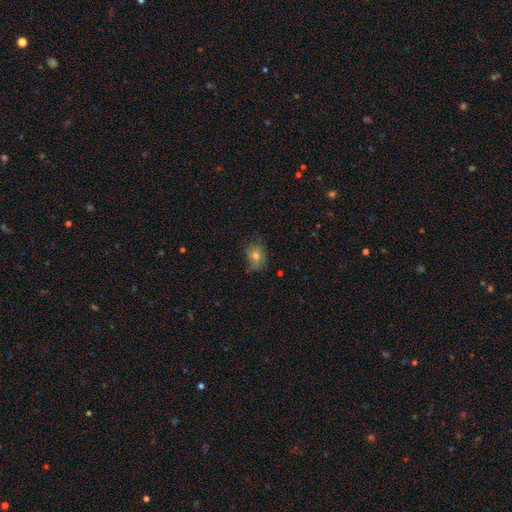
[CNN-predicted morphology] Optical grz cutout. It shows a smooth galaxy with no disk features (68%) that is round (52%). Merging: none (64%).